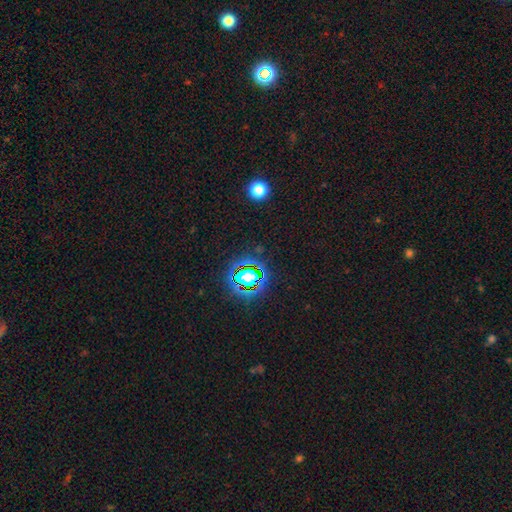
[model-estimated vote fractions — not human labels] Smooth or featured? star or artifact (80%)